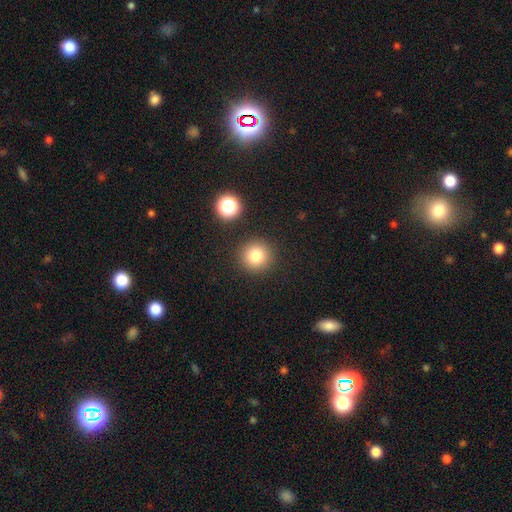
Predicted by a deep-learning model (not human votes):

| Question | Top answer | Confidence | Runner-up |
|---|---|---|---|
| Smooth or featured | smooth | 79% | star or artifact (13%) |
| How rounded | round | 95% | in between (4%) |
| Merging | none | 90% | minor disturbance (6%) |